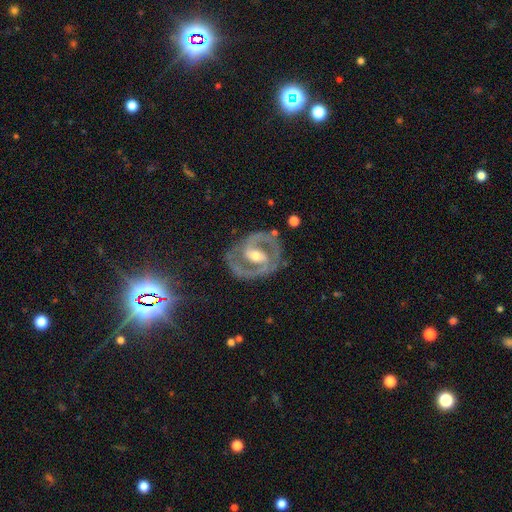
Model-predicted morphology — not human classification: This is clearly a featured or disk galaxy (89%). It is clearly not viewed edge-on (97%). Bar: marginally weak (40%). Spiral arm pattern: clearly yes (93%). Spiral arm count: clearly 2 (91%). Spiral winding: possibly medium (56%). Central bulge: likely moderate (66%). Merging: likely none (78%).